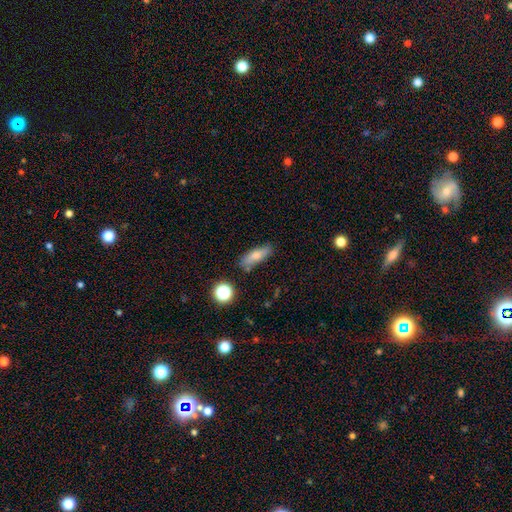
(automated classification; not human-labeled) Overall: smooth (73%). How rounded: in between (55%; cigar-shaped 40%). Merging: none (75%).